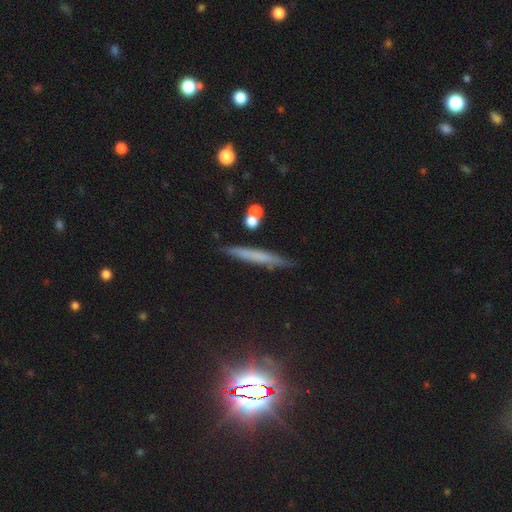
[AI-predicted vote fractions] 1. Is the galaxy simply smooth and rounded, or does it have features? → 50% smooth, 38% featured or disk, 12% star or artifact.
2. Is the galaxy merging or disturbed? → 84% none, 11% minor disturbance, 3% merger, 2% major disturbance.